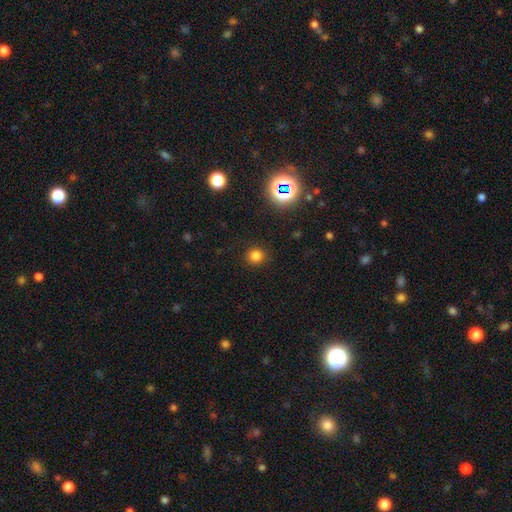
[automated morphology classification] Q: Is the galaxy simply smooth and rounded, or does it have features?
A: smooth — 79%.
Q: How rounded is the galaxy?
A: round — 92%.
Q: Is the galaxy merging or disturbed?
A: none — 90%.